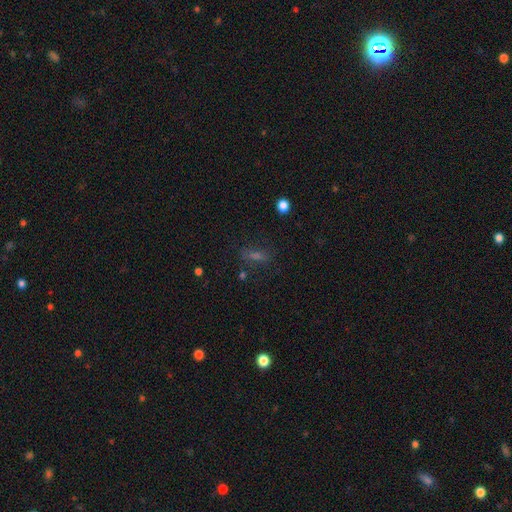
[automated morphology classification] smooth-or-featured: smooth: 47% | star or artifact: 29% | featured or disk: 24%
  merging: none: 74% | minor disturbance: 15% | major disturbance: 8% | merger: 3%